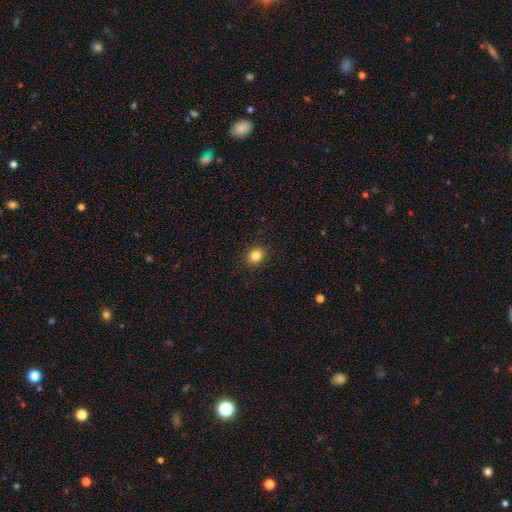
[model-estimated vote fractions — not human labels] Morphology: type=smooth (83%); roundness=round (67%); merging=none (90%).